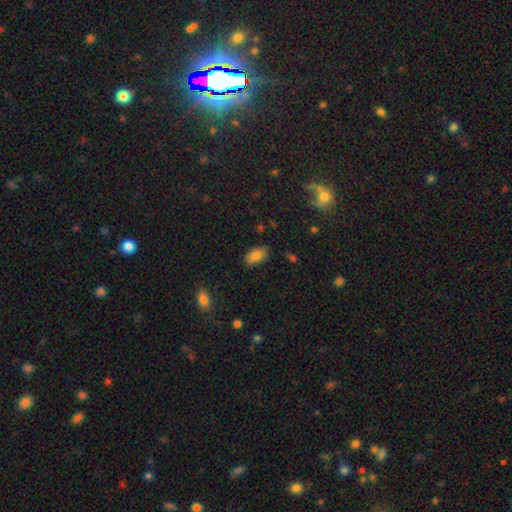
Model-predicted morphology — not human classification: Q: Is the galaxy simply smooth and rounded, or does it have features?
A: smooth — 83%.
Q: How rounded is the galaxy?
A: in between — 92%.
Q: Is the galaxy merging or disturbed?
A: none — 82%.